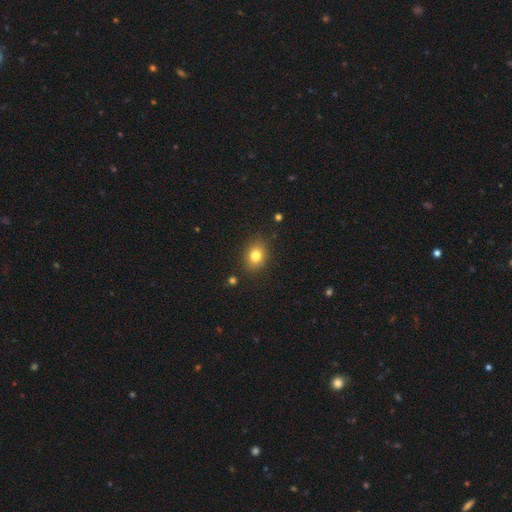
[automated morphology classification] smooth-or-featured: smooth: 79% | star or artifact: 11% | featured or disk: 9%
  how-rounded: in between: 51% | round: 47% | cigar-shaped: 1%
  merging: none: 86% | minor disturbance: 10% | major disturbance: 3% | merger: 2%